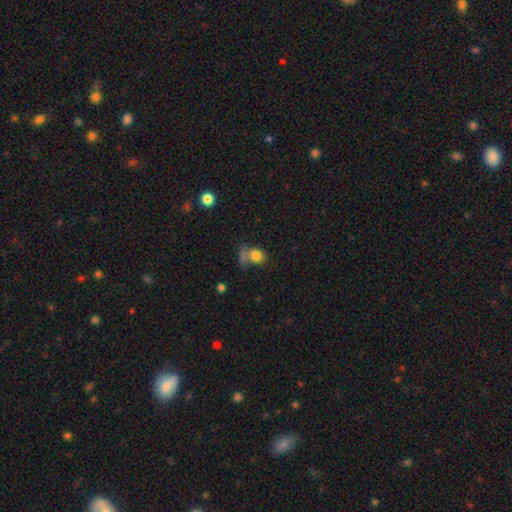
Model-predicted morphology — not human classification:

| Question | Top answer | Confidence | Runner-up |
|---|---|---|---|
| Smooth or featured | smooth | 79% | star or artifact (11%) |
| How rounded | round | 66% | in between (32%) |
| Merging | none | 44% | merger (30%) |